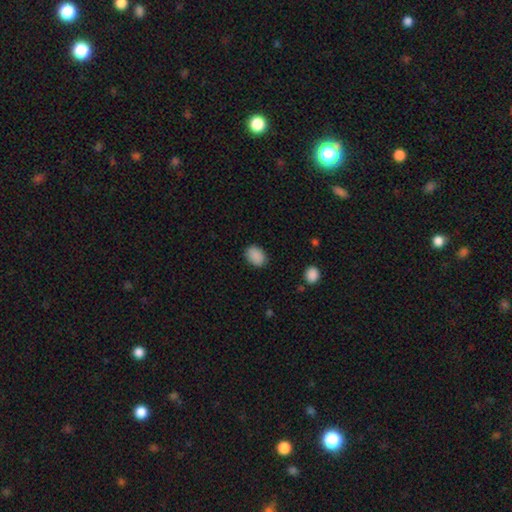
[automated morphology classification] type=smooth (89%); roundness=in between (74%); merging=none (85%).